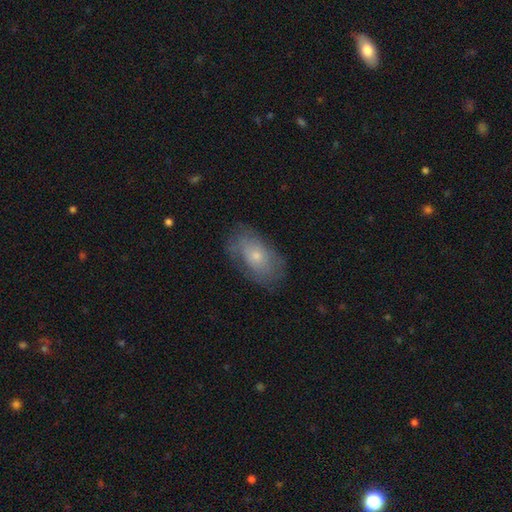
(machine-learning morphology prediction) Q: Smooth or featured?
A: smooth (52%); runner-up: featured or disk (40%)
Q: How rounded?
A: in between (90%); runner-up: round (8%)
Q: Merging?
A: none (68%); runner-up: minor disturbance (22%)